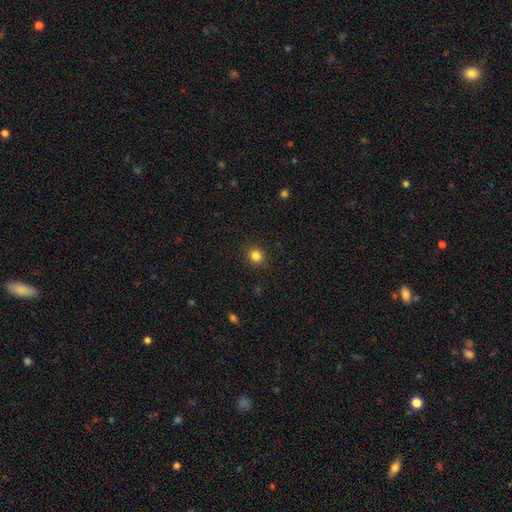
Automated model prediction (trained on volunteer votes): Q: Smooth or featured?
A: smooth (83%); runner-up: star or artifact (12%)
Q: How rounded?
A: round (82%); runner-up: in between (17%)
Q: Merging?
A: none (90%); runner-up: minor disturbance (7%)